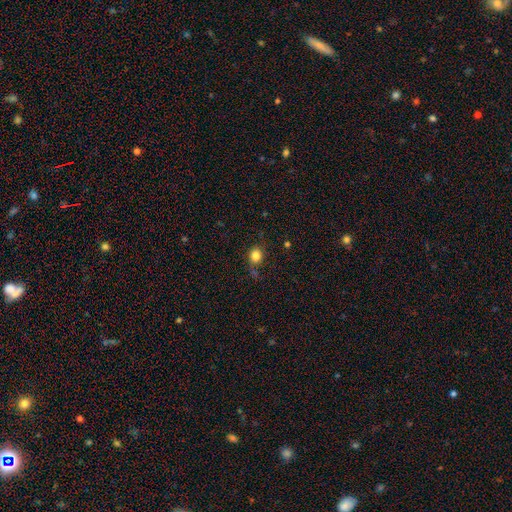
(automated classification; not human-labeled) Morphology: type=smooth (81%); roundness=round (73%); merging=none (69%).